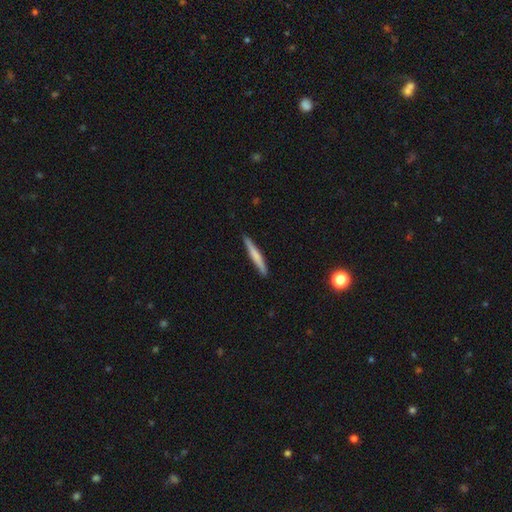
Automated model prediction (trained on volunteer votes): Smooth or featured? smooth (61%)
How rounded? cigar-shaped (96%)
Merging? none (90%)